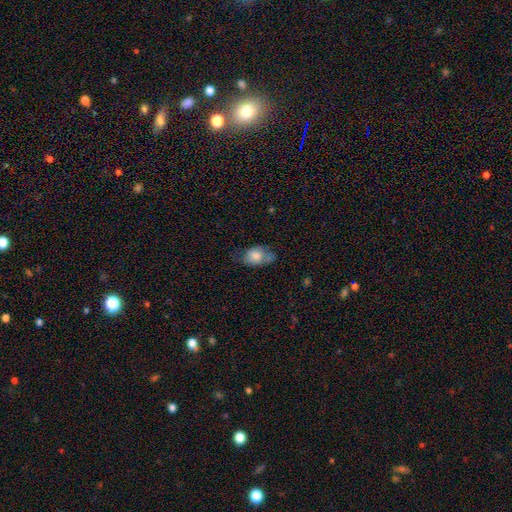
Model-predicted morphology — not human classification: This appears to be a smooth galaxy with no disk features (74%) that is in between round and cigar-shaped (81%). Merging: none (44%).